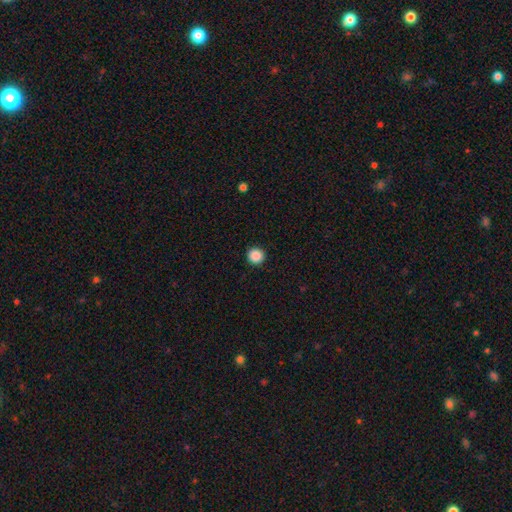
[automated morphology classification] A smooth galaxy with no disk features (88%) that is round (95%).

Vote fractions:
- Smooth or featured? smooth: 88% / star or artifact: 10% / featured or disk: 3%
- How rounded? round: 95% / in between: 4% / cigar-shaped: 1%
- Merging? none: 93% / minor disturbance: 4% / major disturbance: 2% / merger: 1%